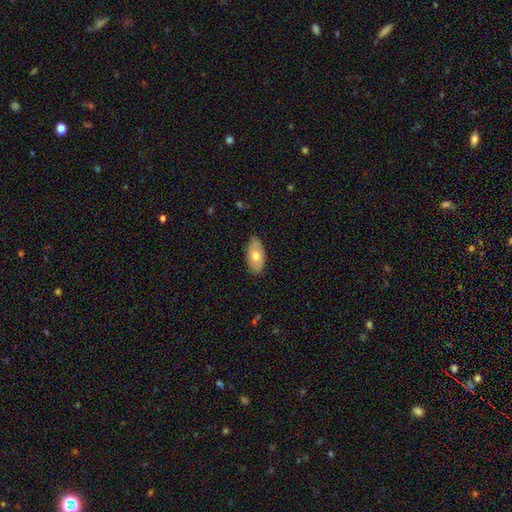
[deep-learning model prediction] A smooth galaxy with no disk features (66%) that is in between round and cigar-shaped (93%). Merging: none (85%).